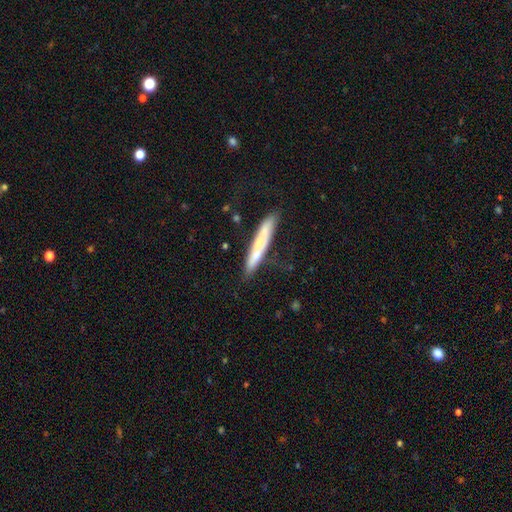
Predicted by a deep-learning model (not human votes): Overall: smooth (60%; featured or disk 33%). How rounded: cigar-shaped (89%). Merging: none (66%).